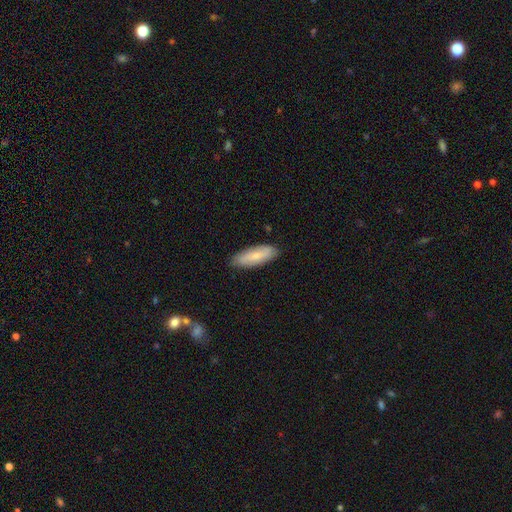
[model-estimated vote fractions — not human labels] This is likely a smooth galaxy (74%). How rounded: possibly in between (59%). Merging: clearly none (86%).